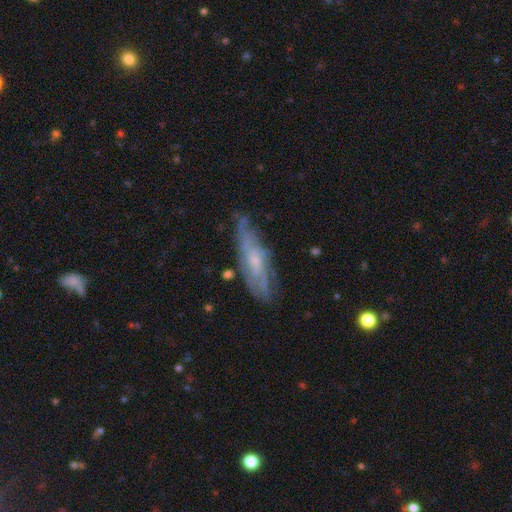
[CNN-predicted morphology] smooth-or-featured: featured or disk: 58% | smooth: 32% | star or artifact: 10%
  disk-edge-on: yes: 52% | no: 48%
  merging: none: 73% | minor disturbance: 20% | major disturbance: 5% | merger: 2%